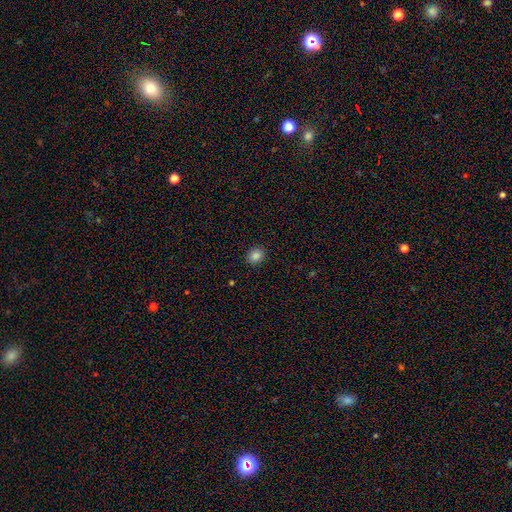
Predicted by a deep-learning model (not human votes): smooth_or_featured: smooth (p=0.85) [alt: star or artifact p=0.11]
how_rounded: round (p=0.76) [alt: in between p=0.23]
merging: none (p=0.91) [alt: minor disturbance p=0.06]